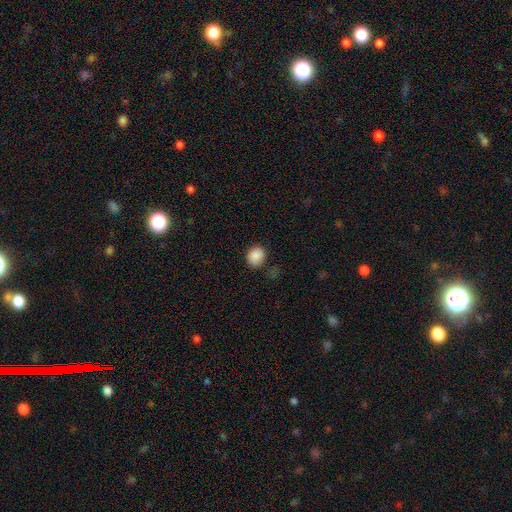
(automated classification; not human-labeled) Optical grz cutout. It shows a smooth galaxy with no disk features (87%) that is round (70%). Merging: none (75%).